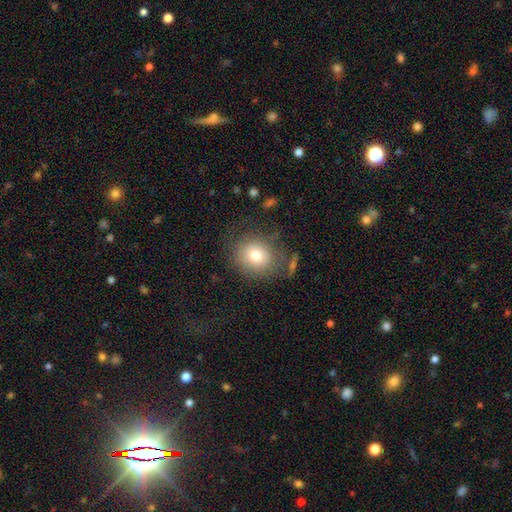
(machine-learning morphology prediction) Smooth or featured: smooth — 76% (featured or disk — 13%)
How rounded: round — 86% (in between — 13%)
Merging: none — 75% (minor disturbance — 14%)